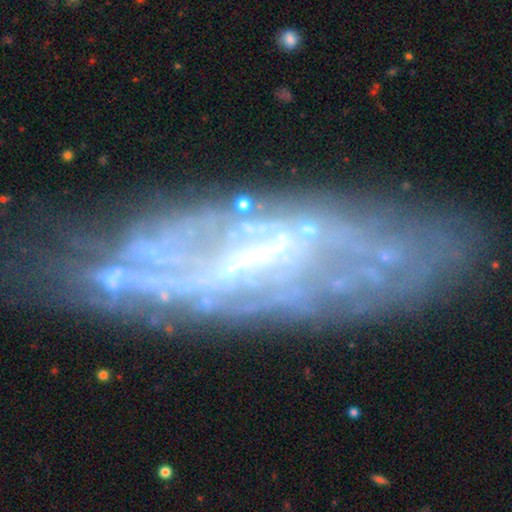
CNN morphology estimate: Smooth or featured? featured or disk (73%)
Edge-on disk? no (74%)
Bar? strong (46%)
Spiral arms? yes (55%)
Bulge size? small (41%)
Merging? none (60%)